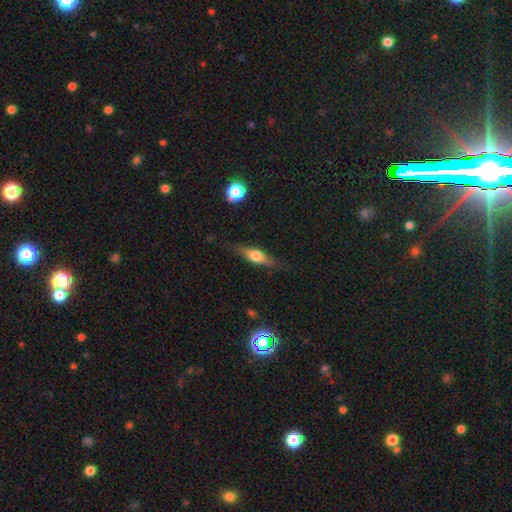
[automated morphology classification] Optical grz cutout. It shows a featured or disk galaxy (50%). Merging: none (82%).